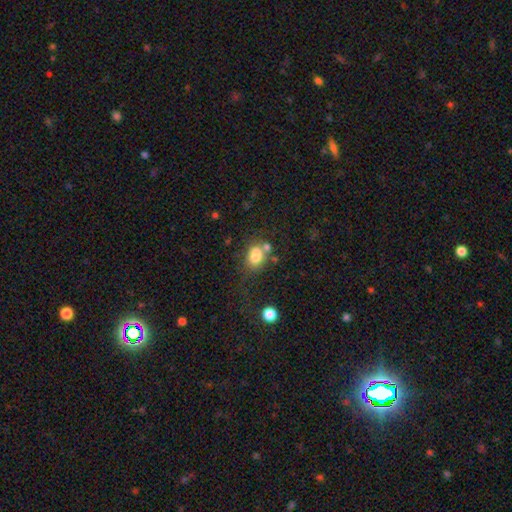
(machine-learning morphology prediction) Smooth or featured: smooth — 76% (featured or disk — 13%)
How rounded: in between — 58% (round — 41%)
Merging: none — 43% (merger — 31%)